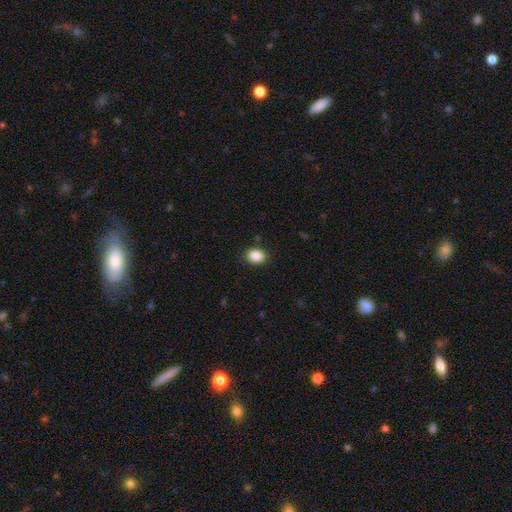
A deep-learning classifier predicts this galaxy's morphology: Smooth or featured: smooth — 88% (star or artifact — 8%)
How rounded: in between — 62% (round — 37%)
Merging: none — 89% (minor disturbance — 8%)